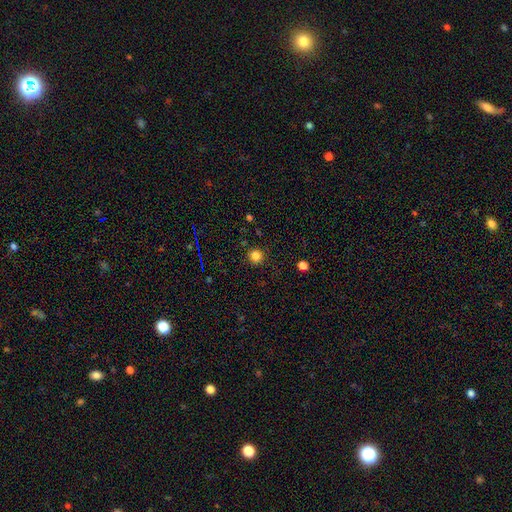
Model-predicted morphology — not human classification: Overall: smooth (83%). How rounded: round (94%). Merging: none (89%).